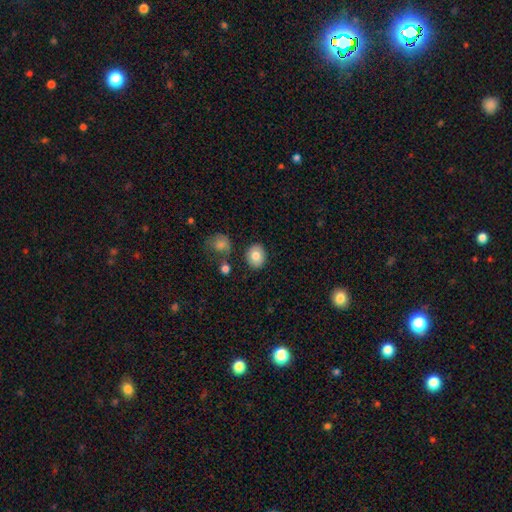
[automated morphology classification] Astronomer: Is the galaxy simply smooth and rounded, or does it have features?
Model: smooth — 81%.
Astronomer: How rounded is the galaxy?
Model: round — 58% (runner-up: in between, 41%).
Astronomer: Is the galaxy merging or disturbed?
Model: none — 84%.